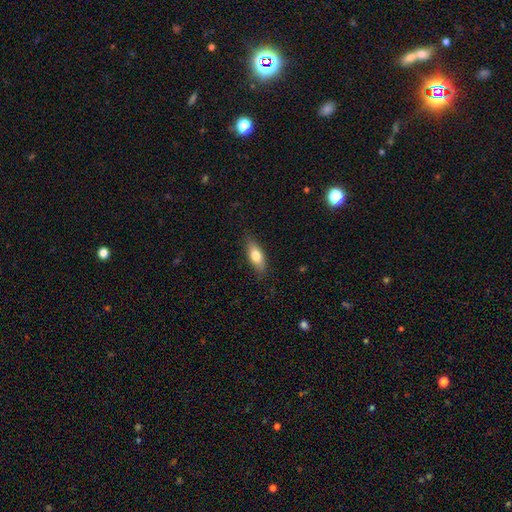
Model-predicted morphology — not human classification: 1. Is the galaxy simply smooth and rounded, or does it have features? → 72% smooth, 22% featured or disk, 6% star or artifact.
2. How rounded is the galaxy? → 70% in between, 27% cigar-shaped, 3% round.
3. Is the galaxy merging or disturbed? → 83% none, 14% minor disturbance, 3% major disturbance, 1% merger.